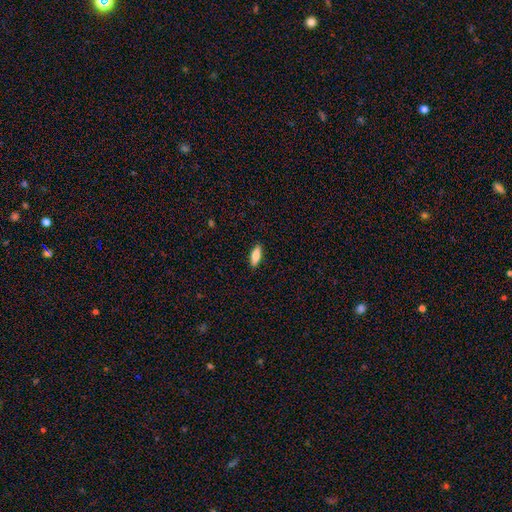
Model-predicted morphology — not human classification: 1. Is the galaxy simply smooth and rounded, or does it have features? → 82% smooth, 12% featured or disk, 6% star or artifact.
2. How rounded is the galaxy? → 72% in between, 26% cigar-shaped, 2% round.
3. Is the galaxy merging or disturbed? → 90% none, 8% minor disturbance, 2% major disturbance, 1% merger.